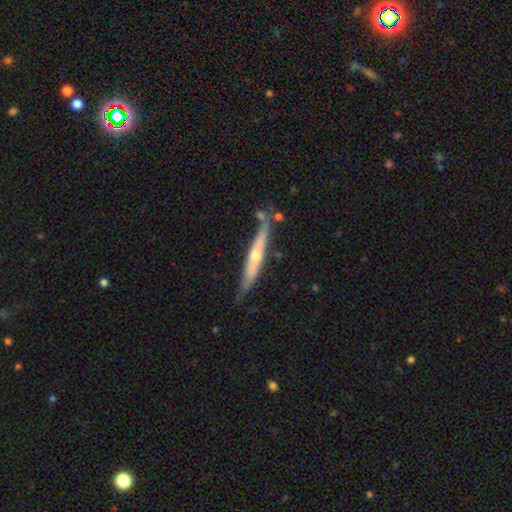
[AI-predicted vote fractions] A featured or disk galaxy (60%) viewed edge-on (89%) with a rounded central bulge (78%). Merging: none (72%).